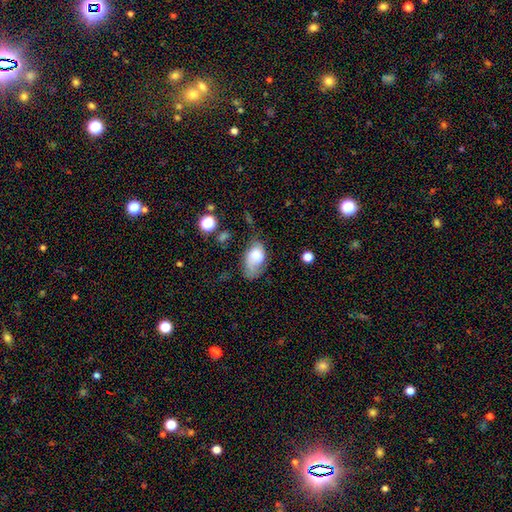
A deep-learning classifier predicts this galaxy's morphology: smooth-or-featured: smooth: 58% | featured or disk: 34% | star or artifact: 8%
  how-rounded: in between: 88% | round: 11% | cigar-shaped: 2%
  merging: none: 39% | minor disturbance: 31% | major disturbance: 25% | merger: 4%